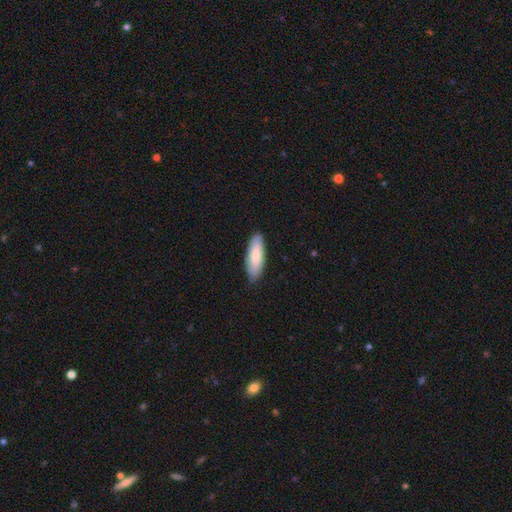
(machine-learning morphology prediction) smooth-or-featured: smooth: 79% | featured or disk: 16% | star or artifact: 5%
  how-rounded: in between: 62% | cigar-shaped: 36% | round: 2%
  merging: none: 83% | minor disturbance: 14% | major disturbance: 2% | merger: 1%